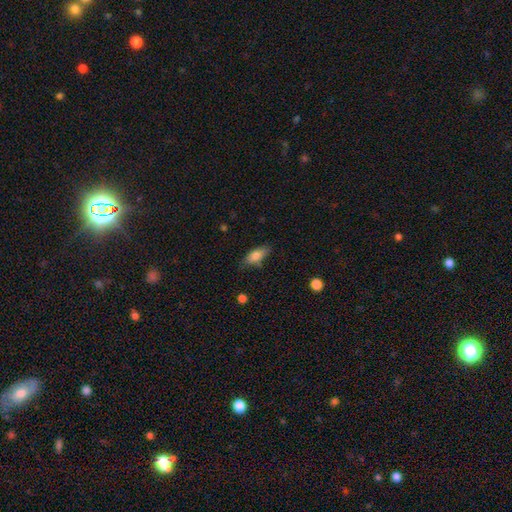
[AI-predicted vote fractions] This is clearly a smooth galaxy (80%). How rounded: likely in between (75%). Merging: likely none (71%).